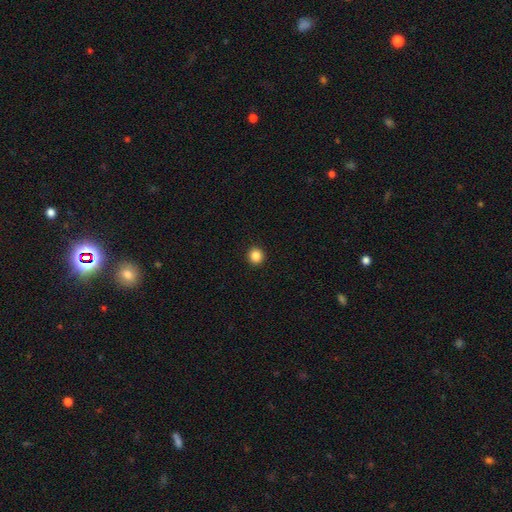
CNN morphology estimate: Overall: smooth (86%). How rounded: round (93%). Merging: none (94%).